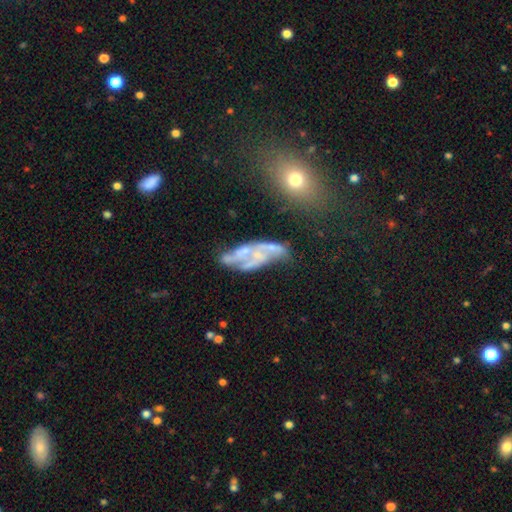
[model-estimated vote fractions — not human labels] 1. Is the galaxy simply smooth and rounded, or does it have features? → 71% featured or disk, 18% smooth, 11% star or artifact.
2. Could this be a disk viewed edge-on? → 91% no, 9% yes.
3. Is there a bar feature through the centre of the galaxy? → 70% no, 22% weak, 8% strong.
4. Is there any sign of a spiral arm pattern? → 58% yes, 42% no.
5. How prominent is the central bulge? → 46% small, 33% none, 17% moderate, 2% large, 2% dominant.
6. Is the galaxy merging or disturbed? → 34% none, 26% major disturbance, 20% merger, 20% minor disturbance.